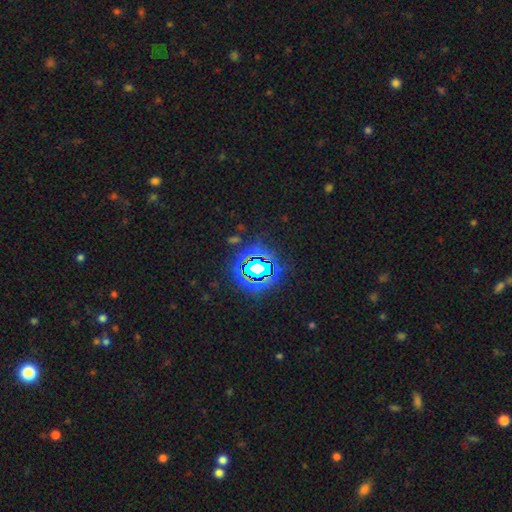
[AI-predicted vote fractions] A star or artifact, not a galaxy (84%).